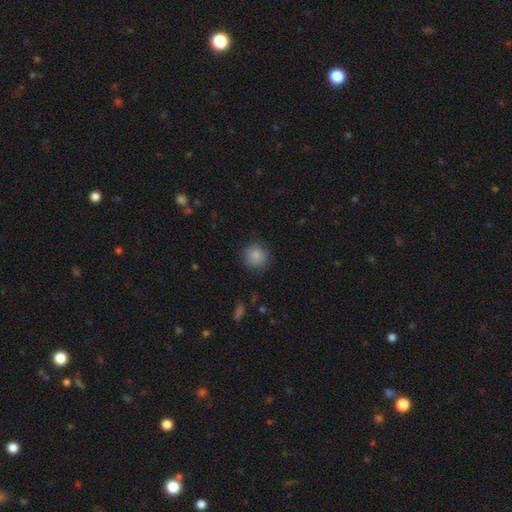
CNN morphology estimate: A smooth galaxy with no disk features (85%) that is round (92%).

Vote fractions:
- Smooth or featured? smooth: 85% / star or artifact: 9% / featured or disk: 6%
- How rounded? round: 92% / in between: 7% / cigar-shaped: 1%
- Merging? none: 85% / minor disturbance: 11% / major disturbance: 3% / merger: 1%